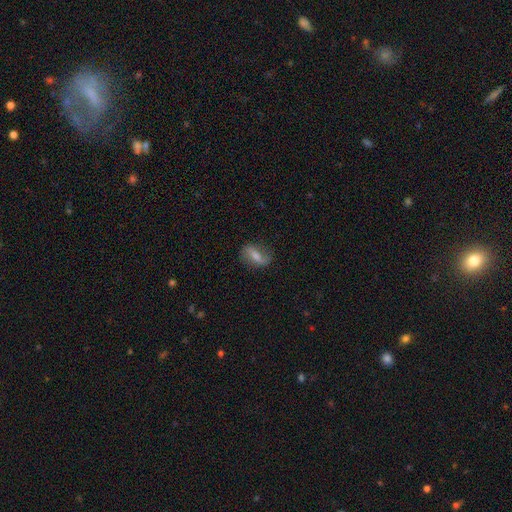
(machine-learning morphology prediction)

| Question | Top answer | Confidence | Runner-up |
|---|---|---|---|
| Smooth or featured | smooth | 47% | featured or disk (44%) |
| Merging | none | 68% | minor disturbance (21%) |